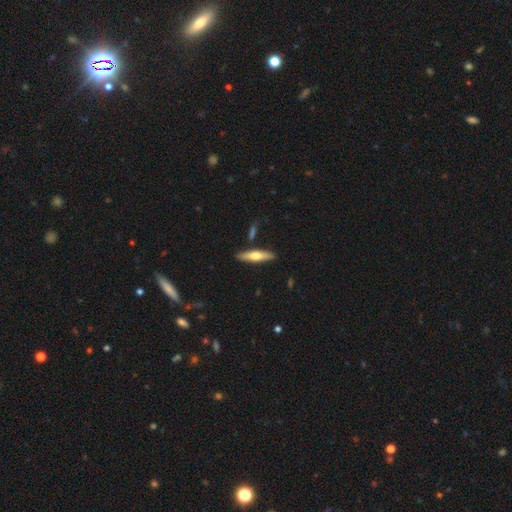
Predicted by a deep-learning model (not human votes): Overall: smooth (54%; featured or disk 41%). How rounded: cigar-shaped (78%). Merging: none (86%).